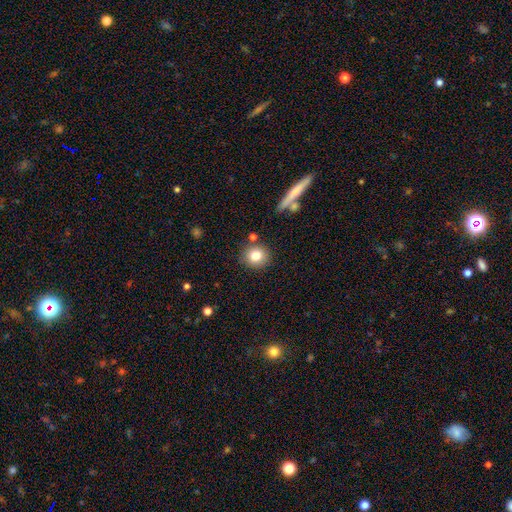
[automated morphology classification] Q: Smooth or featured?
A: smooth (79%); runner-up: star or artifact (11%)
Q: How rounded?
A: round (89%); runner-up: in between (9%)
Q: Merging?
A: none (83%); runner-up: minor disturbance (9%)